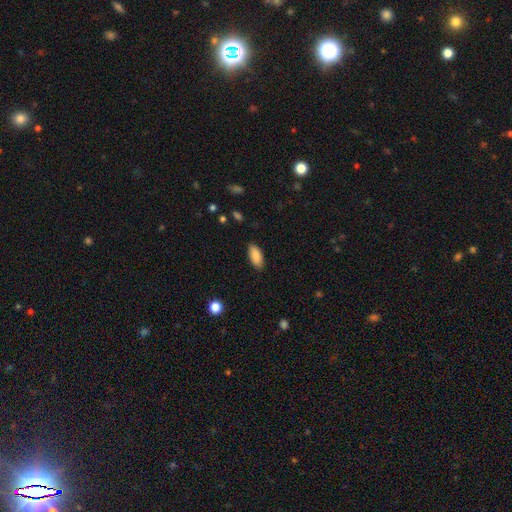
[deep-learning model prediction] Morphology: type=smooth (88%); roundness=in between (88%); merging=none (87%).